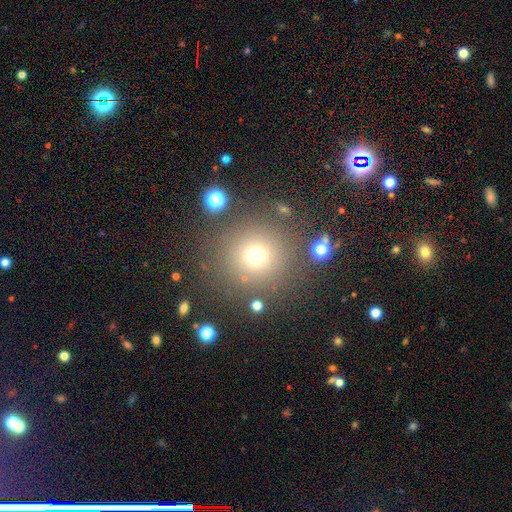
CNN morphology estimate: Q: Smooth or featured?
A: smooth (69%); runner-up: star or artifact (21%)
Q: How rounded?
A: round (94%); runner-up: in between (5%)
Q: Merging?
A: none (83%); runner-up: minor disturbance (8%)